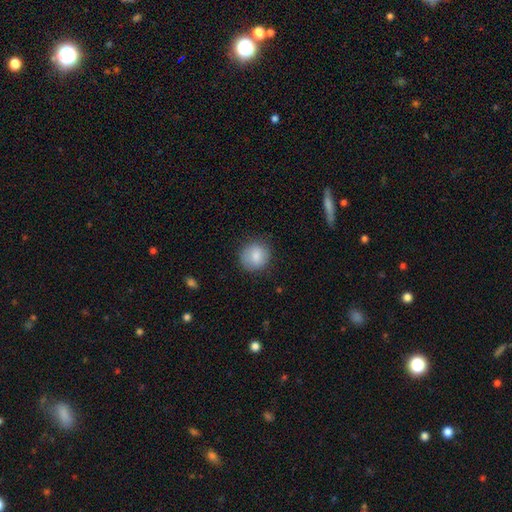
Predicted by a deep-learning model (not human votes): A smooth galaxy with no disk features (83%) that is round (86%). Merging: none (82%).